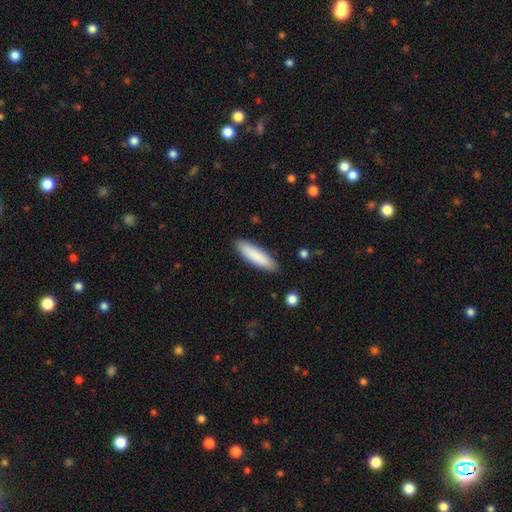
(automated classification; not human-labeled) smooth 87%, featured or disk 8%, star or artifact 5%. Down the decision tree: how rounded — cigar-shaped (67%); merging — none (89%).